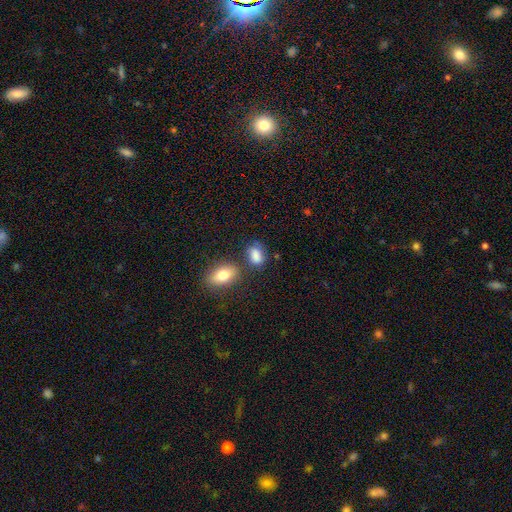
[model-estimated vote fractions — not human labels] Smooth or featured: smooth — 82% (star or artifact — 9%)
How rounded: in between — 85% (round — 12%)
Merging: none — 56% (minor disturbance — 21%)